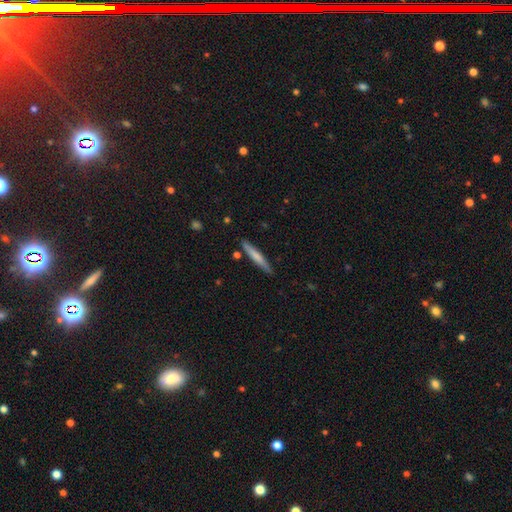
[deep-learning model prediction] This appears to be a smooth galaxy with no disk features (64%) that is cigar-shaped (95%). Merging: none (86%).